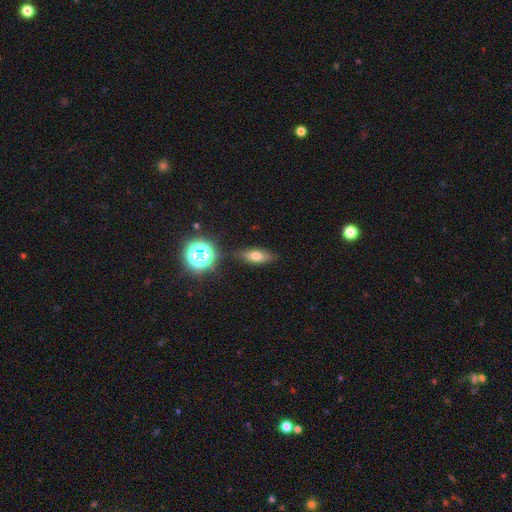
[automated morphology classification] The model was most divided on "how rounded": in between: 69%, cigar-shaped: 21%, round: 10%. More confident: merging — none (81%); smooth or featured — smooth (66%).